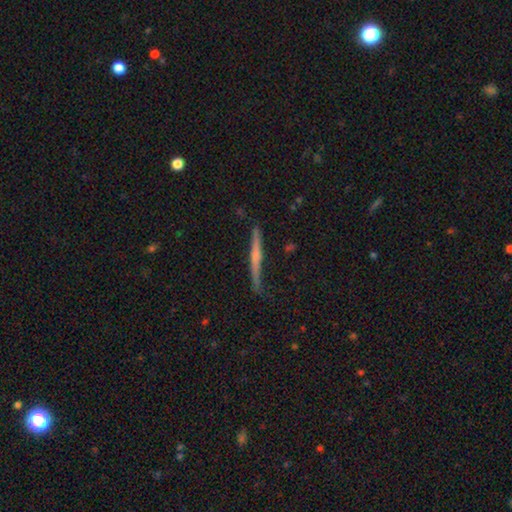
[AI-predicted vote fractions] This is likely a featured or disk galaxy (62%). It is clearly viewed edge-on (97%). Edge-on bulge: possibly rounded (50%). Merging: clearly none (81%).